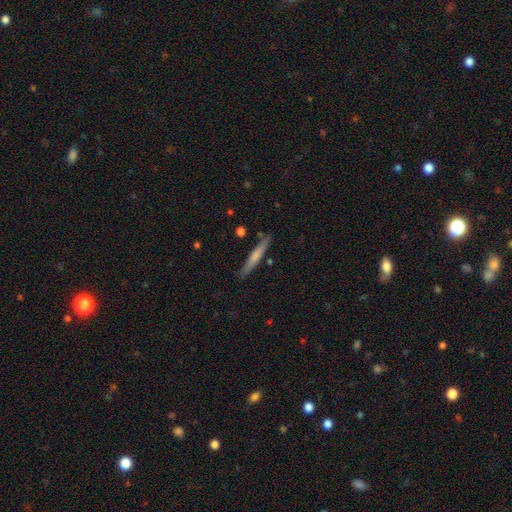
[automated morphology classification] The model was most divided on "smooth or featured": smooth: 60%, featured or disk: 34%, star or artifact: 6%. More confident: how rounded — cigar-shaped (95%); merging — none (86%).